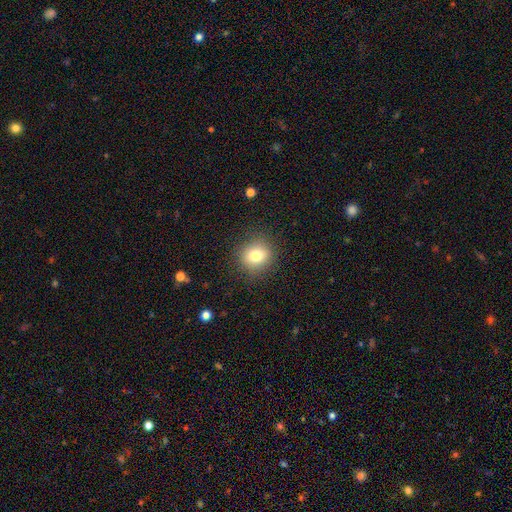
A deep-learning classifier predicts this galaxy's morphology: Smooth or featured? Predicted: smooth (p=0.79). How rounded? Predicted: round (p=0.84). Merging? Predicted: none (p=0.88).